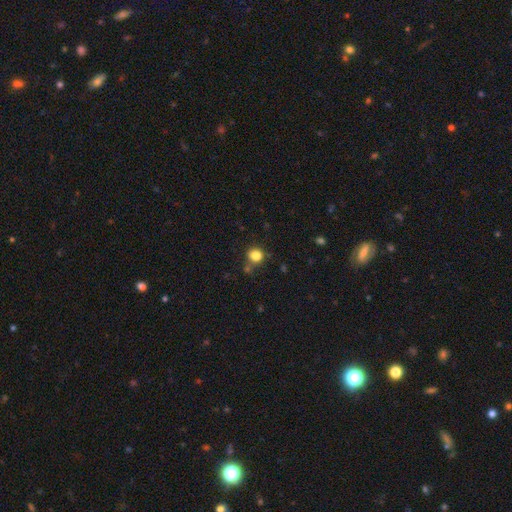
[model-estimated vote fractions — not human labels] smooth_or_featured: smooth (p=0.82) [alt: star or artifact p=0.12]
how_rounded: round (p=0.77) [alt: in between p=0.22]
merging: none (p=0.74) [alt: minor disturbance p=0.15]